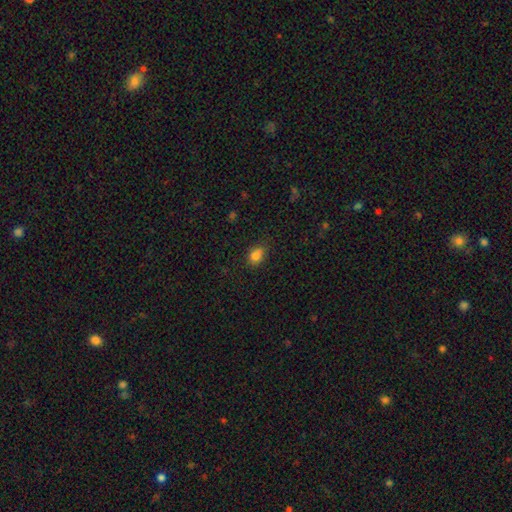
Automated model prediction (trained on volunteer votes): Smooth or featured? smooth (82%)
How rounded? in between (58%)
Merging? none (71%)